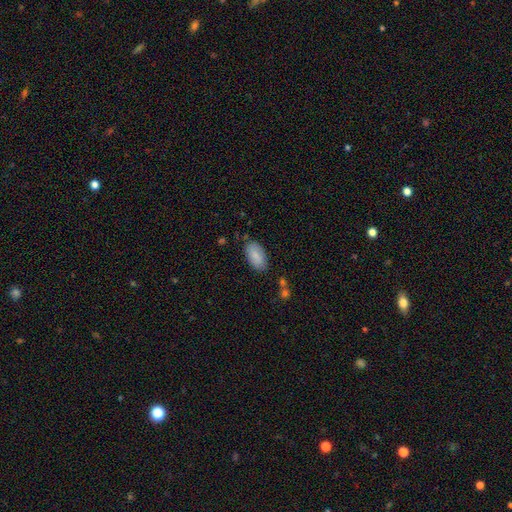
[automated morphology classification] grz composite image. It shows a smooth galaxy with no disk features (86%) that is in between round and cigar-shaped (95%). Merging: none (82%).